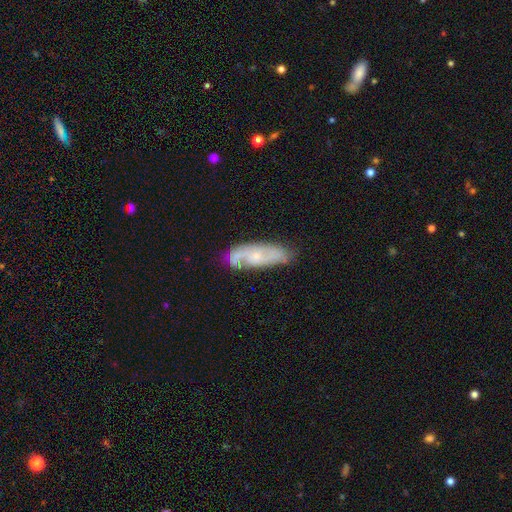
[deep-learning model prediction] A featured or disk galaxy (67%) with no bar (71%), spiral arms (83%) and a small central bulge (68%).

Vote fractions:
- Smooth or featured? featured or disk: 67% / smooth: 26% / star or artifact: 7%
- Edge-on disk? no: 84% / yes: 16%
- Bar? no: 71% / weak: 24% / strong: 4%
- Spiral arms? yes: 83% / no: 17%
- Bulge size? small: 68% / moderate: 25% / none: 5% / large: 1% / dominant: 1%
- Merging? none: 69% / minor disturbance: 22% / major disturbance: 6% / merger: 3%